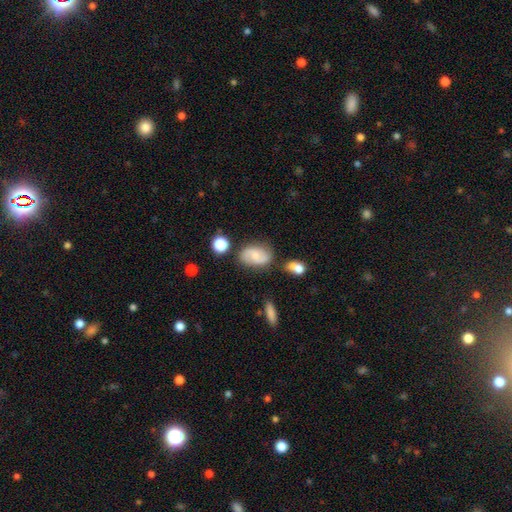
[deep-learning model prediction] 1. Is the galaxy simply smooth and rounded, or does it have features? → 52% featured or disk, 39% smooth, 9% star or artifact.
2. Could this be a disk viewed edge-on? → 96% no, 4% yes.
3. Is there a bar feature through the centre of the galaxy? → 61% no, 33% weak, 6% strong.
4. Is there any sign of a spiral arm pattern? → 88% yes, 12% no.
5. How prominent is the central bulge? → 52% small, 34% moderate, 10% none, 3% large, 1% dominant.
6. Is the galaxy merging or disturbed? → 70% none, 18% minor disturbance, 8% merger, 5% major disturbance.